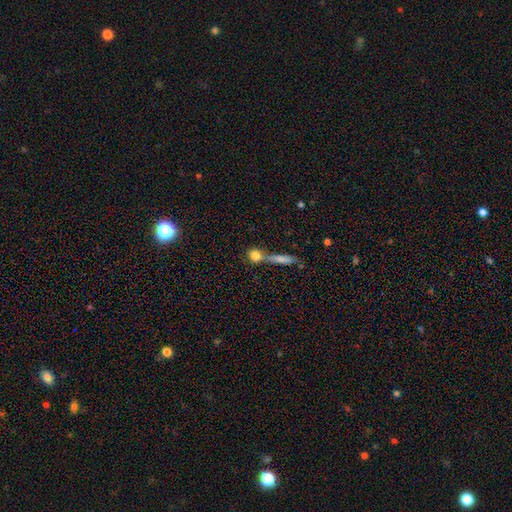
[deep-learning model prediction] This is likely a smooth galaxy (75%). How rounded: likely round (75%). Merging: possibly none (46%).